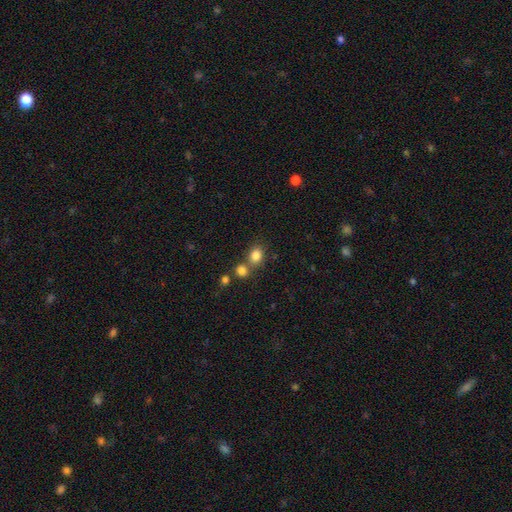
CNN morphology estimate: A smooth galaxy with no disk features (83%) that is round (58%).

Vote fractions:
- Smooth or featured? smooth: 83% / star or artifact: 11% / featured or disk: 6%
- How rounded? round: 58% / in between: 41% / cigar-shaped: 1%
- Merging? none: 58% / merger: 29% / minor disturbance: 10% / major disturbance: 4%